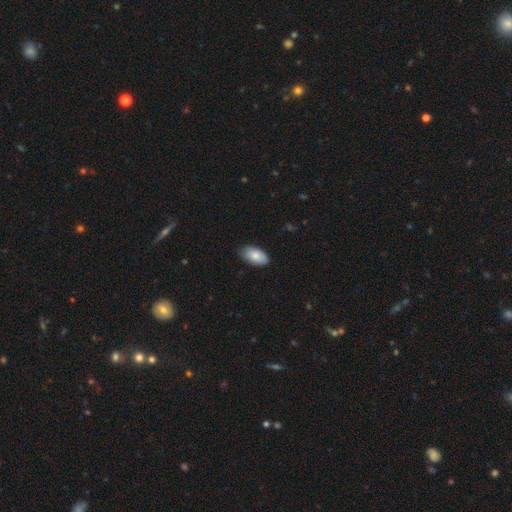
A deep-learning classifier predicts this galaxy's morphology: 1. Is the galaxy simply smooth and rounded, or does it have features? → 83% smooth, 11% featured or disk, 6% star or artifact.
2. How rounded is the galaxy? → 95% in between, 3% round, 2% cigar-shaped.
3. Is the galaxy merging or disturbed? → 83% none, 14% minor disturbance, 2% major disturbance, 1% merger.